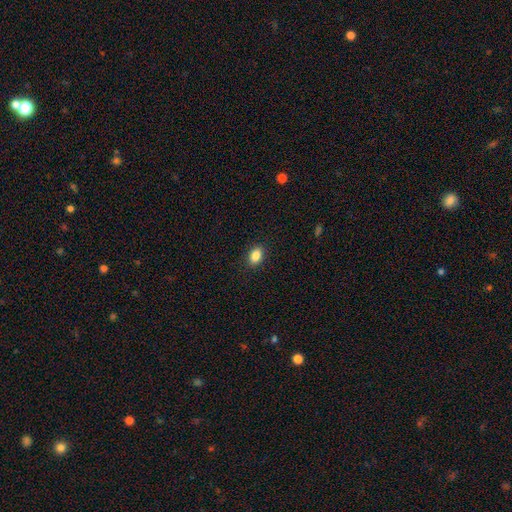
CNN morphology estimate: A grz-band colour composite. It shows a smooth galaxy with no disk features (86%) that is in between round and cigar-shaped (83%). Merging: none (89%).